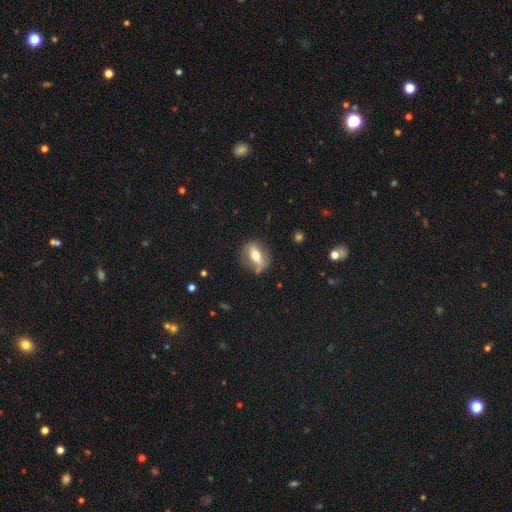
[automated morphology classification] Smooth or featured: smooth — 54% (featured or disk — 39%)
How rounded: in between — 72% (round — 16%)
Merging: none — 67% (minor disturbance — 22%)